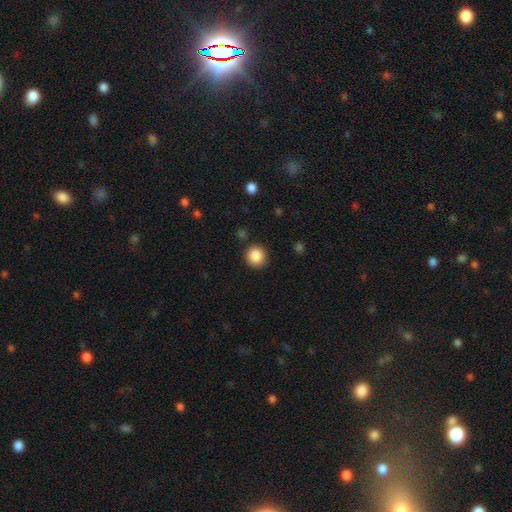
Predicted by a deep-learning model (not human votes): This is clearly a smooth galaxy (87%). How rounded: clearly round (91%). Merging: clearly none (89%).